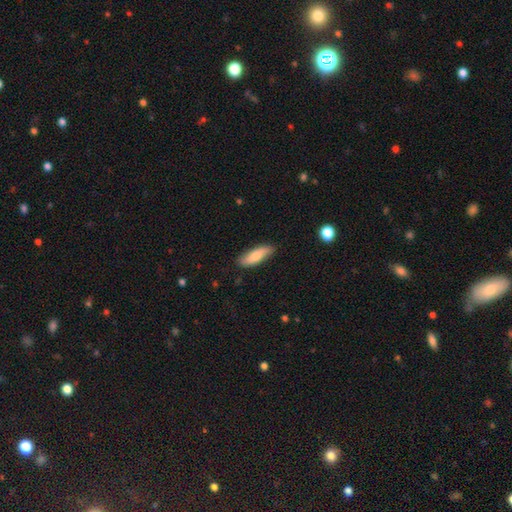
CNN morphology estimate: The model was most divided on "how rounded": in between: 56%, cigar-shaped: 42%, round: 2%. More confident: merging — none (83%); smooth or featured — smooth (77%).